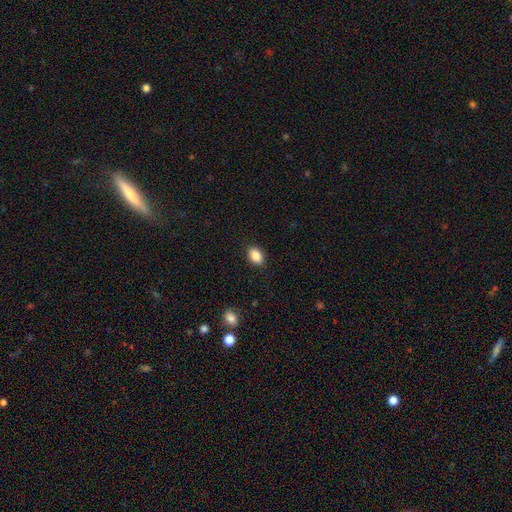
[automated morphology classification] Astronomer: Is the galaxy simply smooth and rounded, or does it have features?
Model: smooth — 87%.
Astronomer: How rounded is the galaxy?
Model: in between — 79%.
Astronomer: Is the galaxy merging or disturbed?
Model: none — 89%.